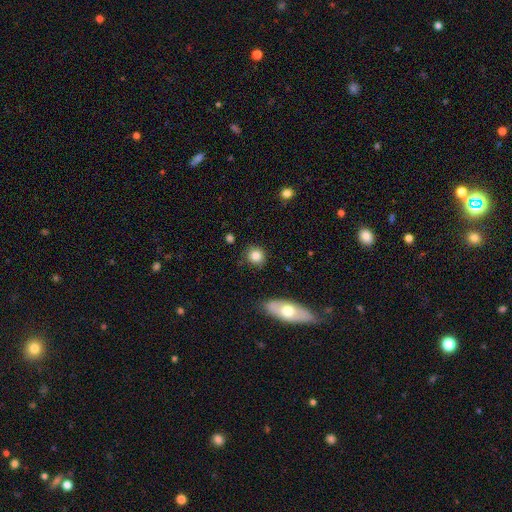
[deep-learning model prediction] smooth 84%, star or artifact 9%, featured or disk 7%. Down the decision tree: how rounded — round (86%); merging — none (83%).